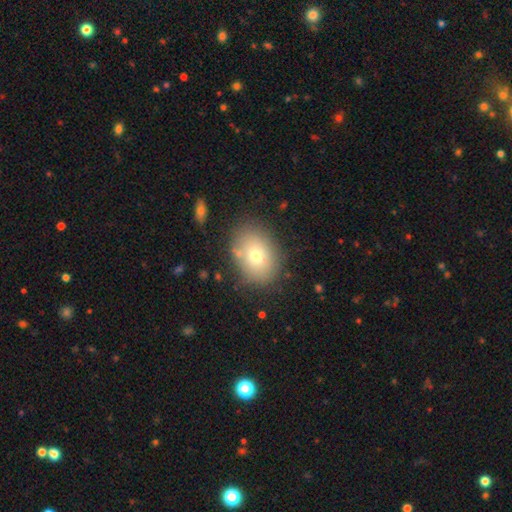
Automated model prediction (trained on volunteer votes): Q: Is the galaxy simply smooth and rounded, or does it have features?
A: smooth — 72%.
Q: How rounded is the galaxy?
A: in between — 64%.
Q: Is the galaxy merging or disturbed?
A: none — 80%.